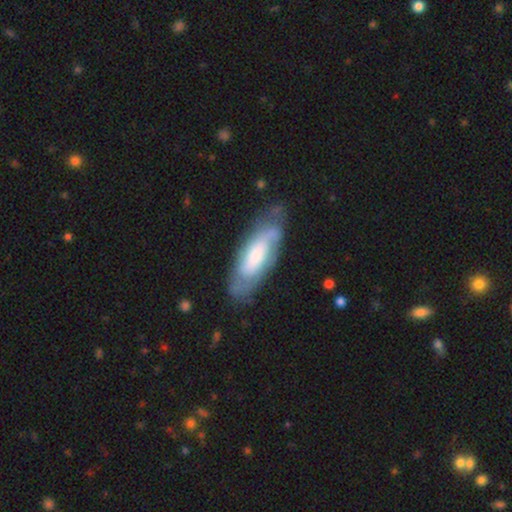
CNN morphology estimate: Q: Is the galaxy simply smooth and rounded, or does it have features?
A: featured or disk — 58%.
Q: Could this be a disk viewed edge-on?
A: no — 82%.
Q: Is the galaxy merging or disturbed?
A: none — 66%.